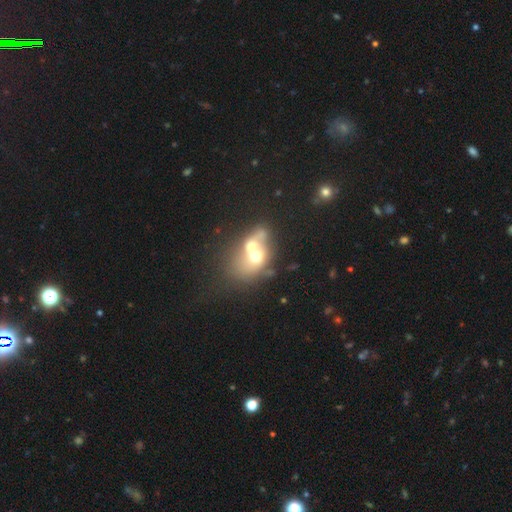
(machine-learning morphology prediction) Overall: smooth (50%; featured or disk 38%). How rounded: in between (56%; round 43%). Merging: merger (73%).